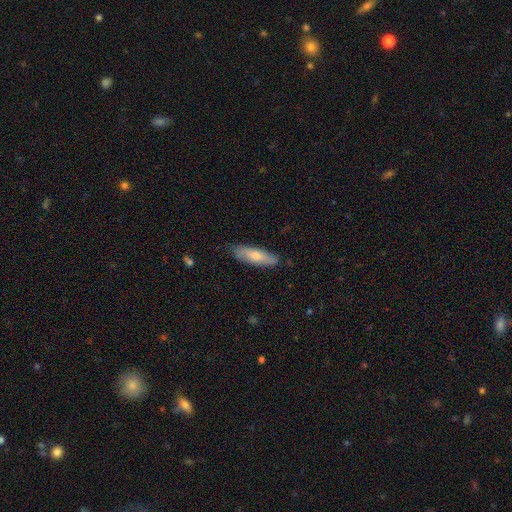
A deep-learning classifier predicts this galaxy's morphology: smooth_or_featured: smooth (p=0.70) [alt: featured or disk p=0.24]
how_rounded: cigar-shaped (p=0.59) [alt: in between p=0.40]
merging: none (p=0.81) [alt: minor disturbance p=0.15]